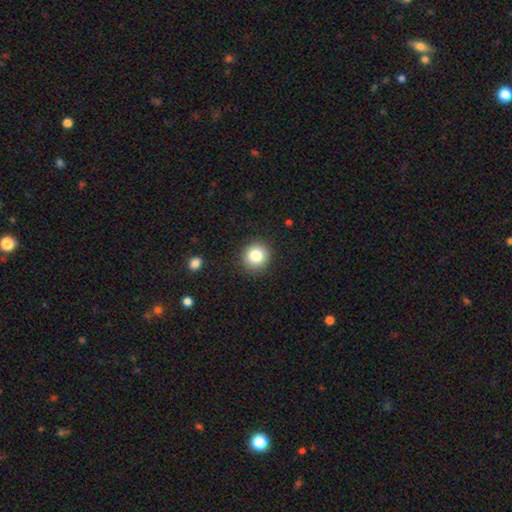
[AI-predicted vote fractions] Smooth or featured? smooth (82%)
How rounded? round (91%)
Merging? none (90%)